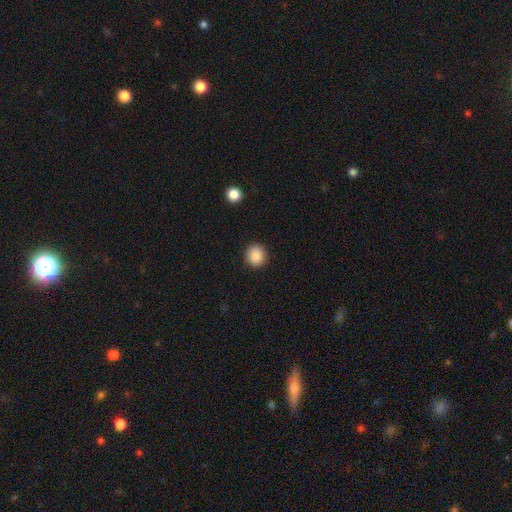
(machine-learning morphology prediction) Smooth or featured? smooth (89%)
How rounded? round (91%)
Merging? none (91%)